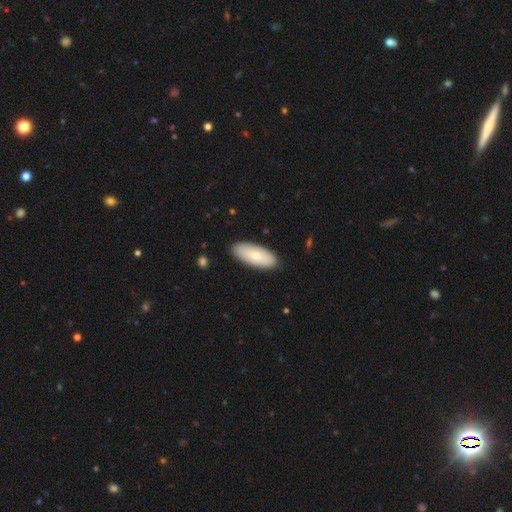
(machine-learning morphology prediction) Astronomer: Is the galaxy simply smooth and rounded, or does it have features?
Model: smooth — 78%.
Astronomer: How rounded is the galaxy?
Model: in between — 86%.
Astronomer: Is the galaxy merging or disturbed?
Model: none — 88%.